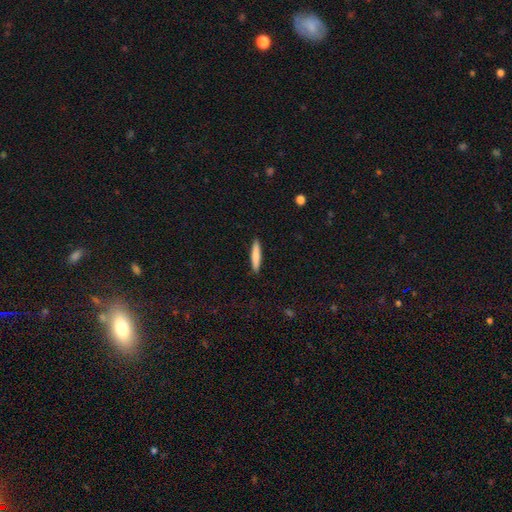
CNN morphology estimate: Smooth or featured? smooth (78%)
How rounded? cigar-shaped (90%)
Merging? none (91%)